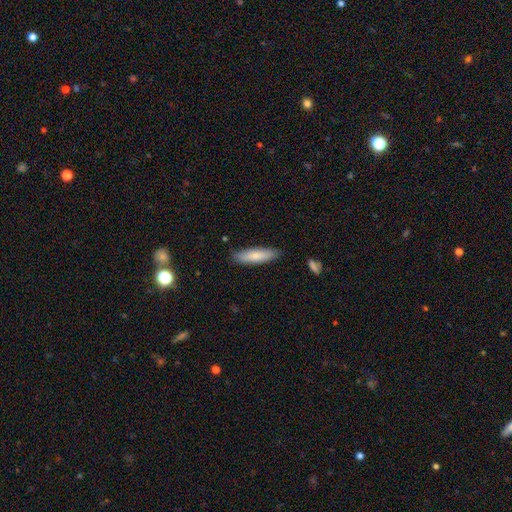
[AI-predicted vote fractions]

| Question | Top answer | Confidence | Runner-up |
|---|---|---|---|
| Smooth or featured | smooth | 79% | featured or disk (15%) |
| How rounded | cigar-shaped | 62% | in between (37%) |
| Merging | none | 85% | minor disturbance (11%) |